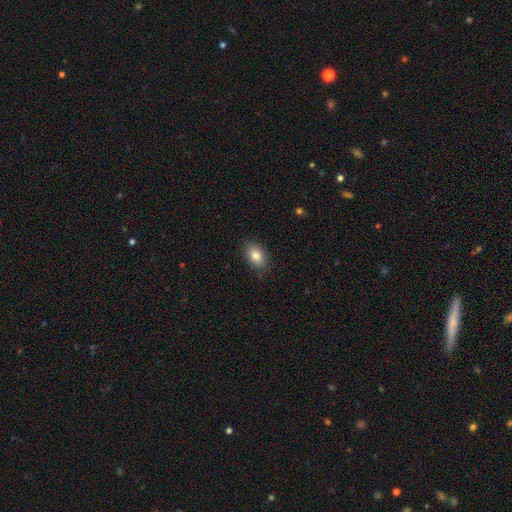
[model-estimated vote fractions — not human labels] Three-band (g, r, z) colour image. It shows a smooth galaxy with no disk features (83%) that is in between round and cigar-shaped (86%). Merging: none (84%).